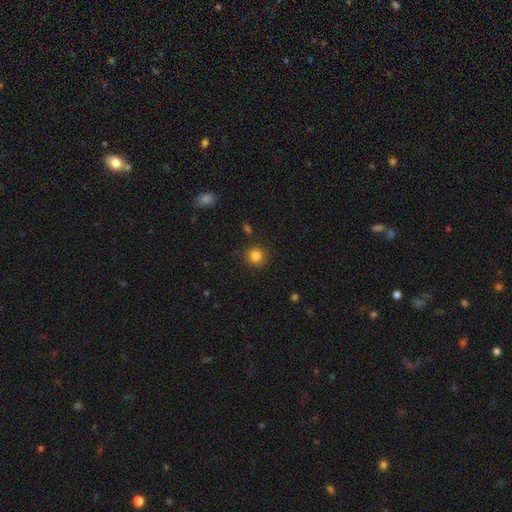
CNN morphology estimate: smooth_or_featured: smooth (p=0.83) [alt: star or artifact p=0.12]
how_rounded: round (p=0.90) [alt: in between p=0.09]
merging: none (p=0.88) [alt: minor disturbance p=0.08]